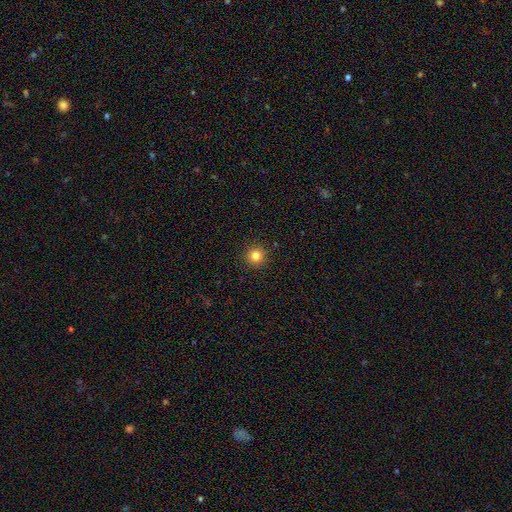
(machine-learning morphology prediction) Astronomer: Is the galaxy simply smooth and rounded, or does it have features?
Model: smooth — 81%.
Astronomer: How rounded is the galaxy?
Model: round — 95%.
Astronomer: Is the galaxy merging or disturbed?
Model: none — 92%.